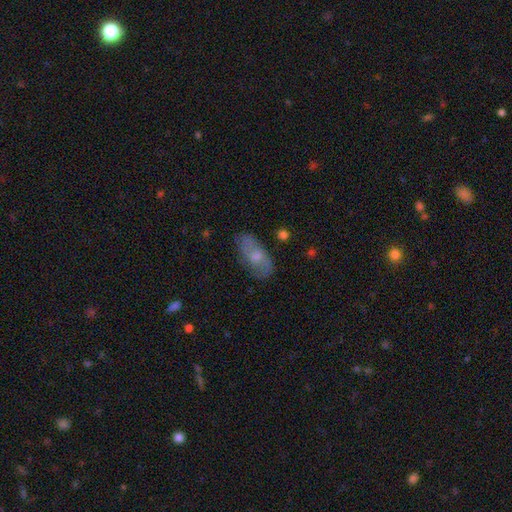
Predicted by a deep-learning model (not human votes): Overall: smooth (53%; featured or disk 39%). How rounded: in between (87%). Merging: none (71%).